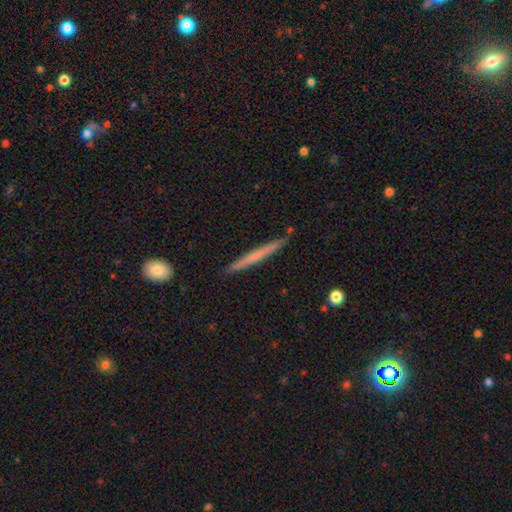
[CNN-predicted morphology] Smooth or featured? smooth (53%)
How rounded? cigar-shaped (96%)
Merging? none (87%)